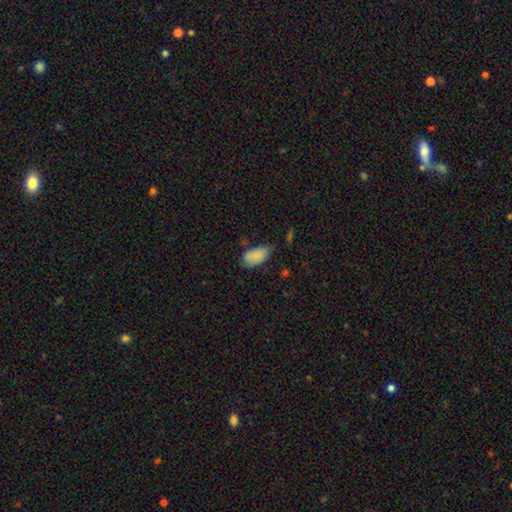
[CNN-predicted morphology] This appears to be a smooth galaxy with no disk features (86%) that is in between round and cigar-shaped (94%). Merging: none (61%).